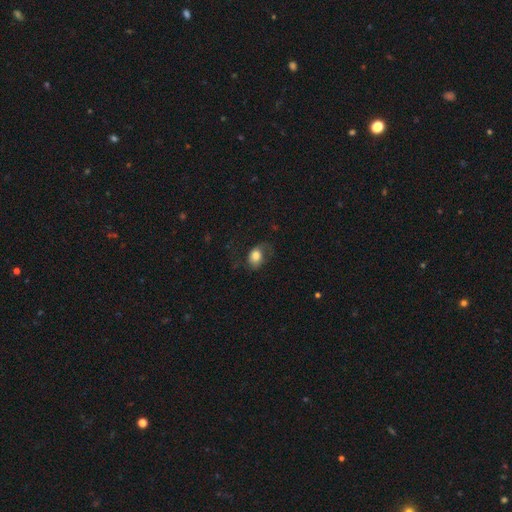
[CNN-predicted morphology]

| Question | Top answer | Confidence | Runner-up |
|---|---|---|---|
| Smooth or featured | smooth | 71% | featured or disk (21%) |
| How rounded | in between | 67% | round (32%) |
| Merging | none | 46% | major disturbance (28%) |